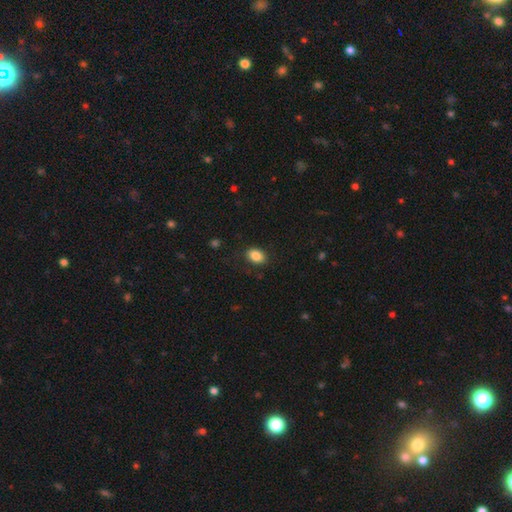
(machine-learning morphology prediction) Q: Smooth or featured?
A: smooth (87%); runner-up: star or artifact (8%)
Q: How rounded?
A: in between (82%); runner-up: round (17%)
Q: Merging?
A: none (86%); runner-up: minor disturbance (10%)